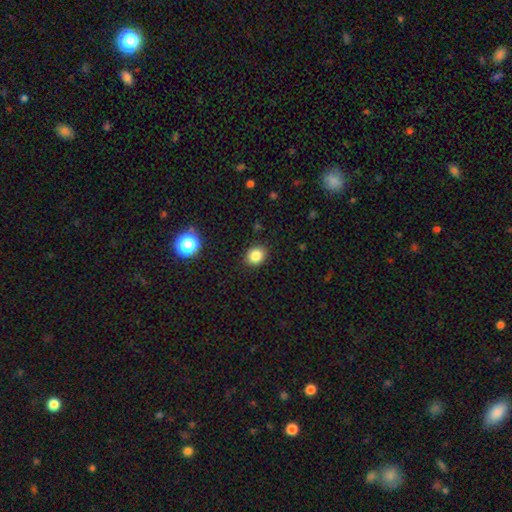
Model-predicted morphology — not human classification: Smooth or featured: smooth — 83% (star or artifact — 12%)
How rounded: round — 72% (in between — 27%)
Merging: none — 90% (minor disturbance — 7%)